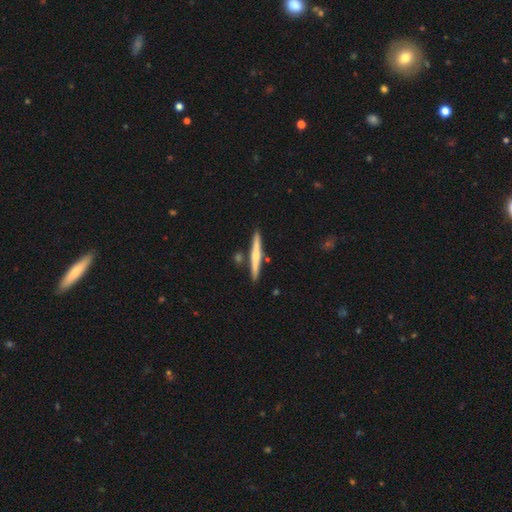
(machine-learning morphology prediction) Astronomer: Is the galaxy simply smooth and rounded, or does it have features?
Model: featured or disk — 52% (runner-up: smooth, 43%).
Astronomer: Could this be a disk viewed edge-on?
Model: yes — 97%.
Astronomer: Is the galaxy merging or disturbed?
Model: none — 85%.